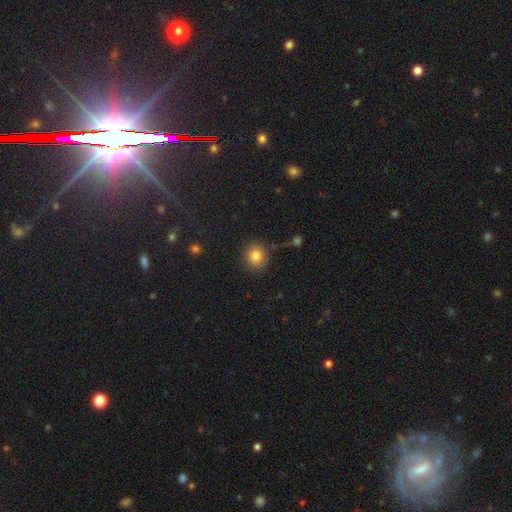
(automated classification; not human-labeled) smooth-or-featured: smooth: 82% | star or artifact: 11% | featured or disk: 7%
  how-rounded: round: 84% | in between: 15% | cigar-shaped: 1%
  merging: none: 86% | minor disturbance: 9% | major disturbance: 3% | merger: 2%